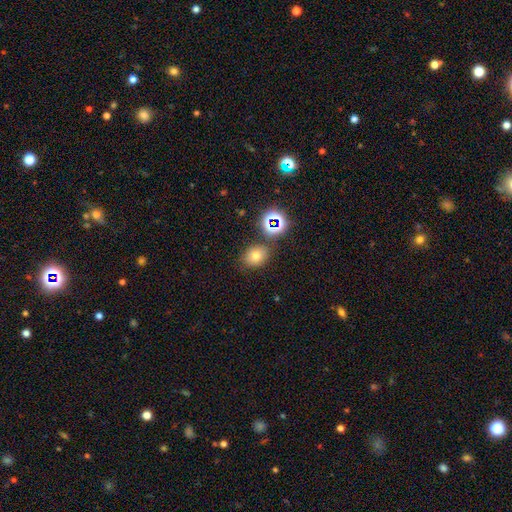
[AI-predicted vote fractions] Overall: smooth (69%). How rounded: in between (54%; round 45%). Merging: none (77%).